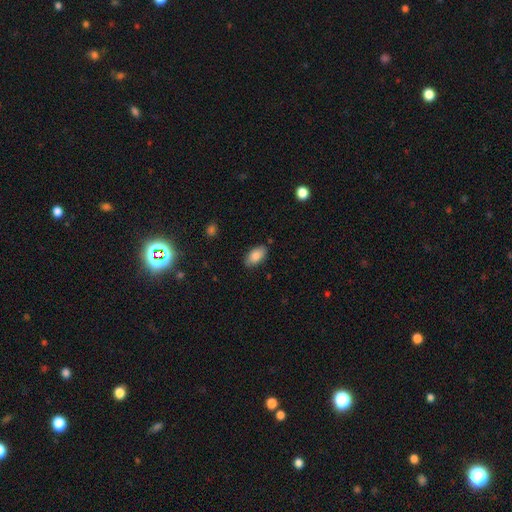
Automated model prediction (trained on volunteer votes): Smooth or featured? smooth (85%)
How rounded? in between (92%)
Merging? none (81%)